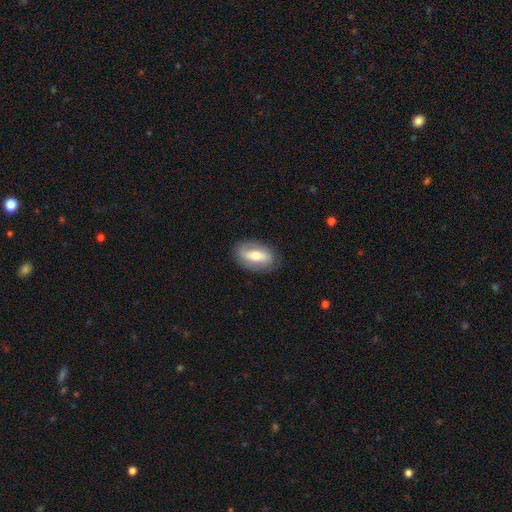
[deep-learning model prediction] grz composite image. It shows a featured or disk galaxy (48%). Merging: none (84%).